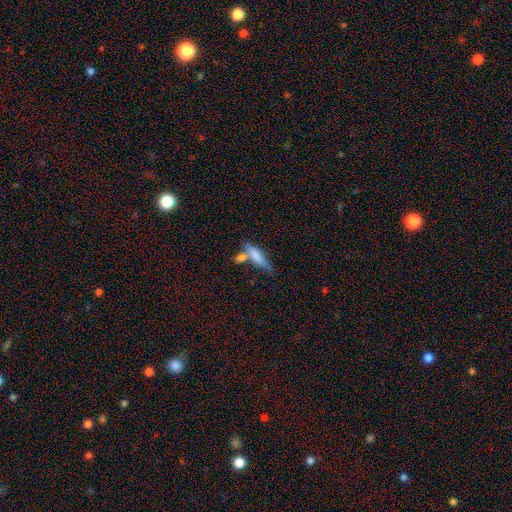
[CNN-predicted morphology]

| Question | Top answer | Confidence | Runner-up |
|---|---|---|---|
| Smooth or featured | smooth | 69% | featured or disk (24%) |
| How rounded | cigar-shaped | 57% | in between (40%) |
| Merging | none | 41% | merger (36%) |